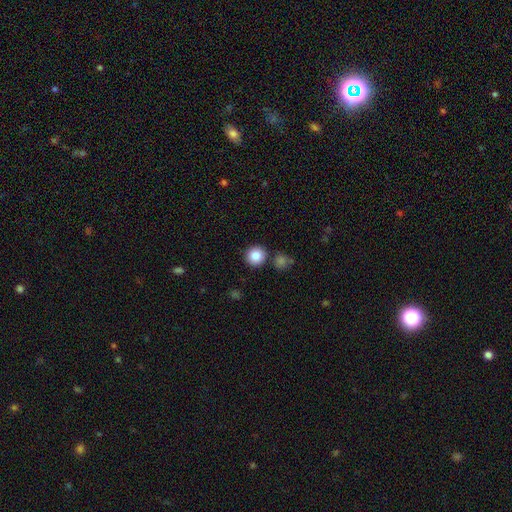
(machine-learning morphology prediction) Smooth or featured: smooth — 86% (star or artifact — 9%)
How rounded: round — 94% (in between — 6%)
Merging: none — 84% (minor disturbance — 7%)